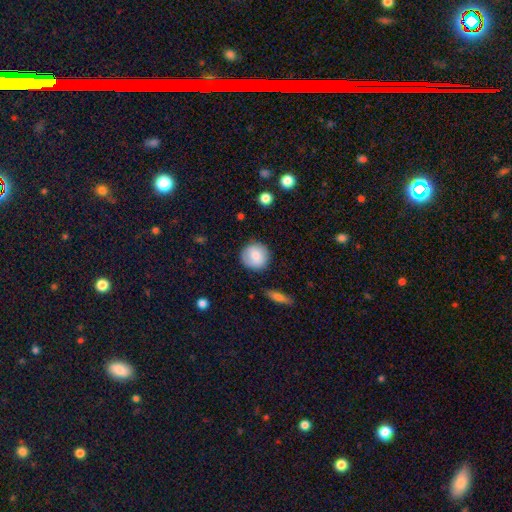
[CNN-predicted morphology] Q: Smooth or featured?
A: smooth (79%); runner-up: featured or disk (13%)
Q: How rounded?
A: round (93%); runner-up: in between (6%)
Q: Merging?
A: none (85%); runner-up: minor disturbance (11%)